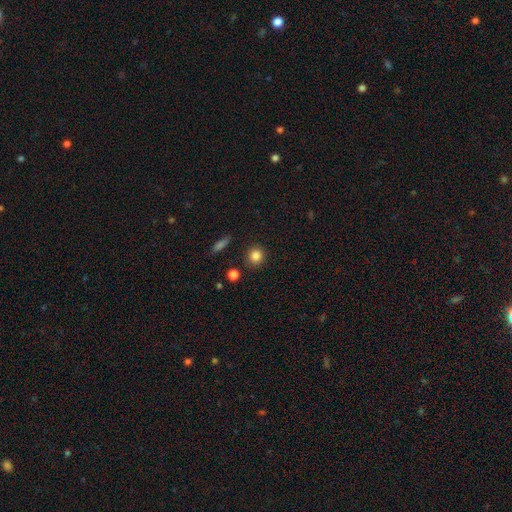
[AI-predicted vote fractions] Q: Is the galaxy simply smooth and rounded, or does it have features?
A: smooth — 84%.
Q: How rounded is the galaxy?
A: round — 88%.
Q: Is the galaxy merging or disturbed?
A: none — 88%.